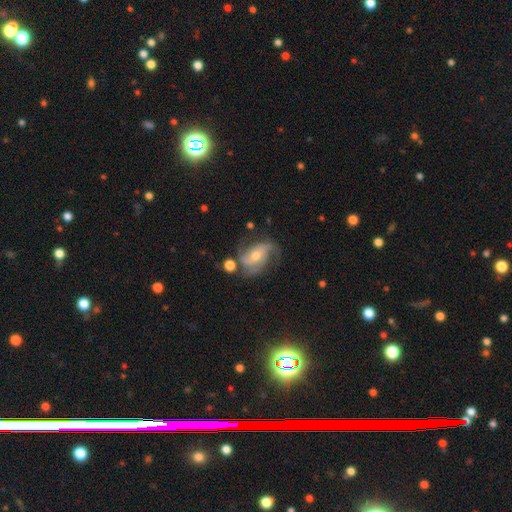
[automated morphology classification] Smooth or featured? Predicted: featured or disk (p=0.80). Edge-on disk? Predicted: no (p=0.97). Bar? Predicted: no (p=0.46). Spiral arms? Predicted: yes (p=0.93). Spiral winding? Predicted: medium (p=0.45). Spiral arm count? Predicted: 2 (p=0.52). Bulge size? Predicted: moderate (p=0.54). Merging? Predicted: none (p=0.55).